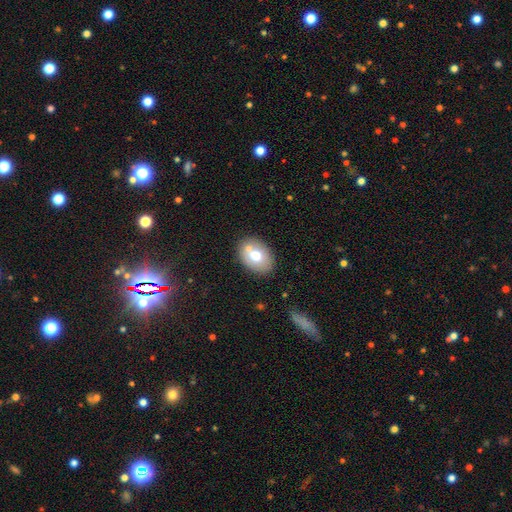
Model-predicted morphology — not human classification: A smooth galaxy with no disk features (67%) that is in between round and cigar-shaped (73%). Merging: none (70%).